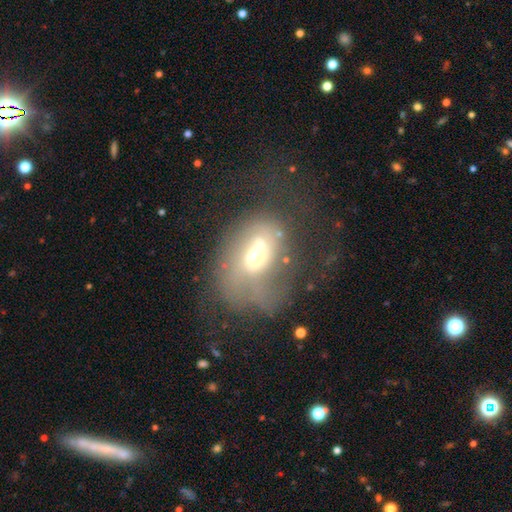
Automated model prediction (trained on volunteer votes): featured or disk 53%, smooth 34%, star or artifact 13%. Down the decision tree: edge-on disk — no (96%); bar — no (71%); spiral arms — no (61%); bulge size — moderate (59%); merging — major disturbance (40%).